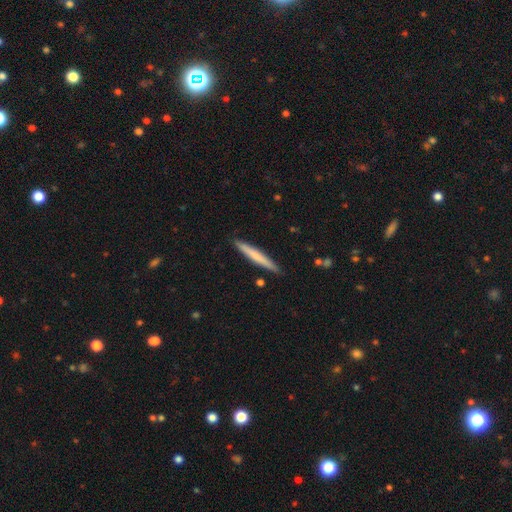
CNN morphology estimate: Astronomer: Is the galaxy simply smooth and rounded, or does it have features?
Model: smooth — 64%.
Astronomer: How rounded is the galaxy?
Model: cigar-shaped — 96%.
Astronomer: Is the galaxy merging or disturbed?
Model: none — 91%.